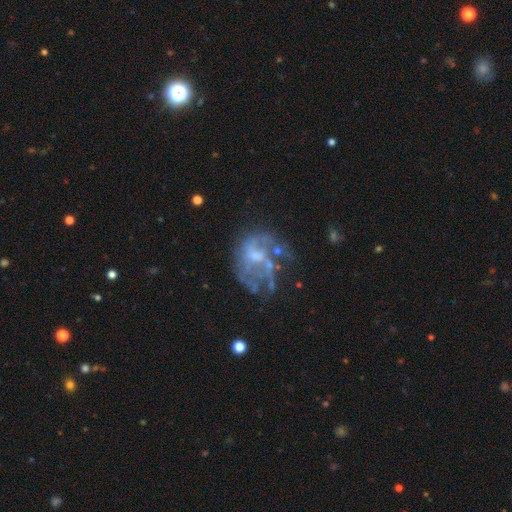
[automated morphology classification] Smooth or featured: featured or disk — 67% (smooth — 20%)
Edge-on disk: no — 98% (yes — 2%)
Bar: no — 71% (weak — 24%)
Spiral arms: no — 64% (yes — 36%)
Bulge size: moderate — 34% (none — 31%)
Merging: none — 36% (major disturbance — 34%)